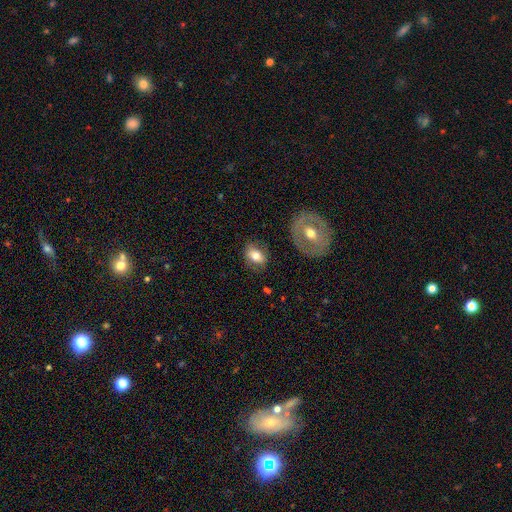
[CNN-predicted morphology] type=smooth (67%); roundness=in between (75%); merging=none (77%).